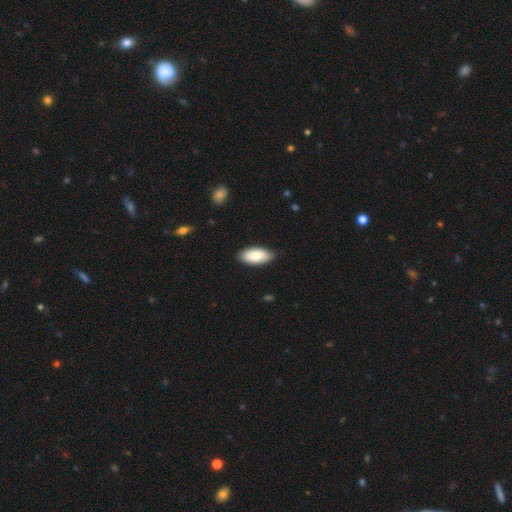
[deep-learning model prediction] Overall: smooth (82%). How rounded: in between (90%). Merging: none (87%).